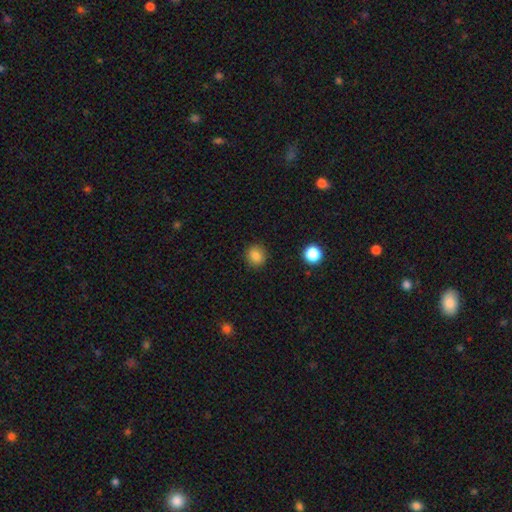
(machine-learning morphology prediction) Smooth or featured: smooth — 85% (star or artifact — 11%)
How rounded: round — 80% (in between — 19%)
Merging: none — 89% (minor disturbance — 7%)